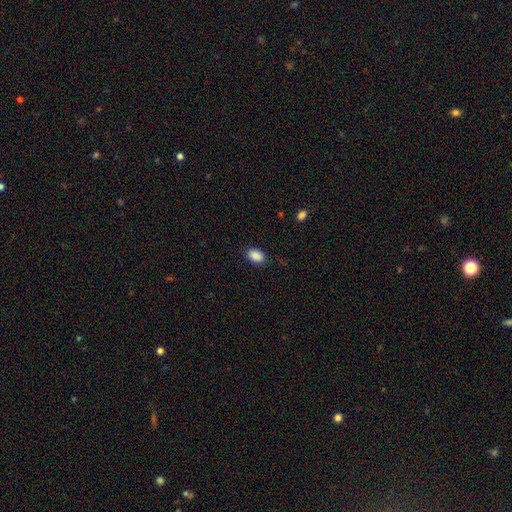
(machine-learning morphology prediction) smooth_or_featured: smooth (p=0.90) [alt: star or artifact p=0.08]
how_rounded: in between (p=0.86) [alt: round p=0.13]
merging: none (p=0.85) [alt: minor disturbance p=0.11]